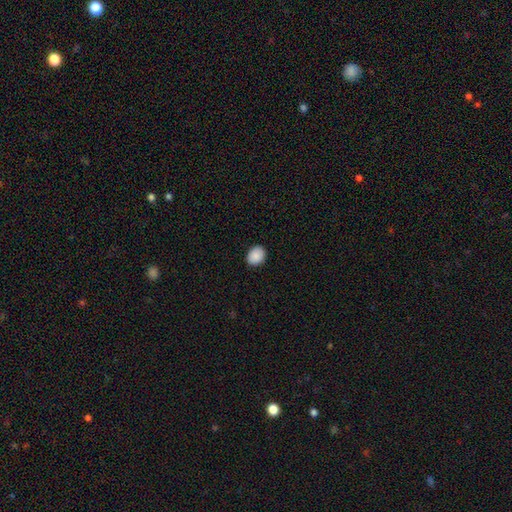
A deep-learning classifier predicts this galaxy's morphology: A smooth galaxy with no disk features (90%) that is round (53%). Merging: none (89%).